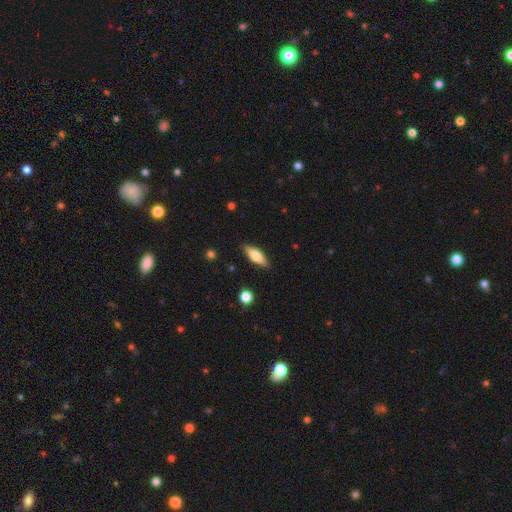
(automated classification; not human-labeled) smooth 71%, featured or disk 23%, star or artifact 6%. Down the decision tree: how rounded — in between (61%); merging — none (88%).